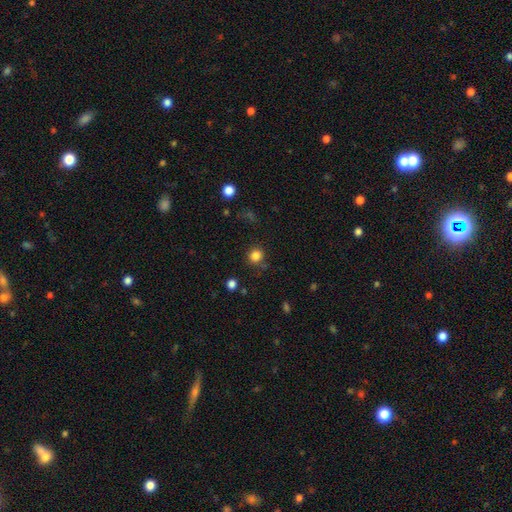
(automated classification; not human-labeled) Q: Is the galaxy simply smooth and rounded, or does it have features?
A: smooth — 83%.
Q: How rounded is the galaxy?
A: round — 86%.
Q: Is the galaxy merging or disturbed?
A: none — 83%.